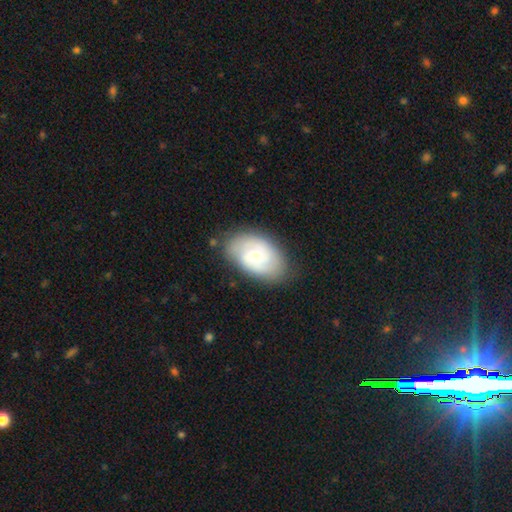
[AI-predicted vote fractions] A featured or disk galaxy (58%) with no bar (70%), spiral arms (76%) and a moderate central bulge (56%).

Vote fractions:
- Smooth or featured? featured or disk: 58% / smooth: 36% / star or artifact: 6%
- Edge-on disk? no: 94% / yes: 6%
- Bar? no: 70% / weak: 26% / strong: 4%
- Spiral arms? yes: 76% / no: 24%
- Bulge size? moderate: 56% / small: 39% / large: 3% / none: 1% / dominant: 1%
- Merging? none: 76% / minor disturbance: 17% / major disturbance: 5% / merger: 2%